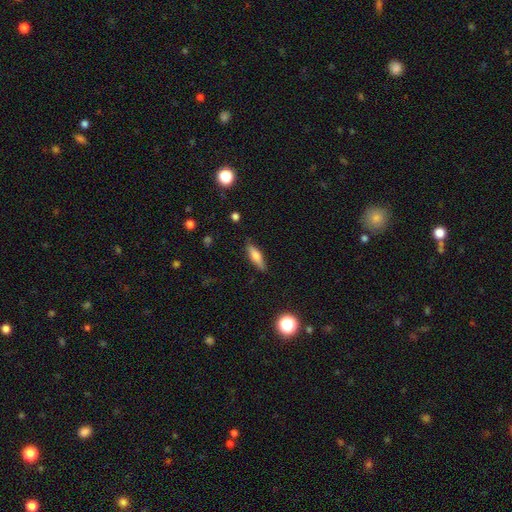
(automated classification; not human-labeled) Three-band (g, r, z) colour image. It shows a smooth galaxy with no disk features (66%) that is cigar-shaped (59%). Merging: none (84%).